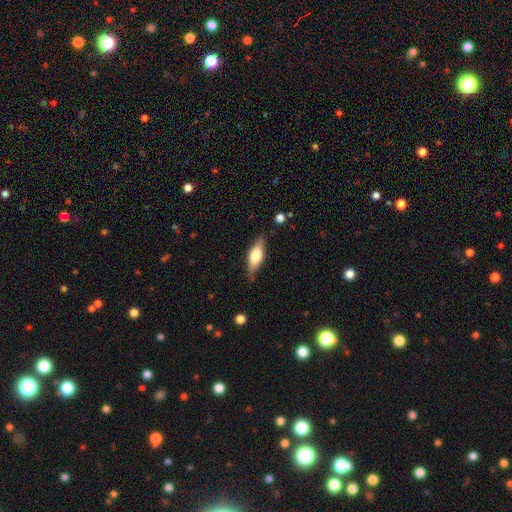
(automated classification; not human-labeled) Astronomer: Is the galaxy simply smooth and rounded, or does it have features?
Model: smooth — 51% (runner-up: featured or disk, 43%).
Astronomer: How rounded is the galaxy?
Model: in between — 62%.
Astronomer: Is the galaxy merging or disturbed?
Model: none — 81%.